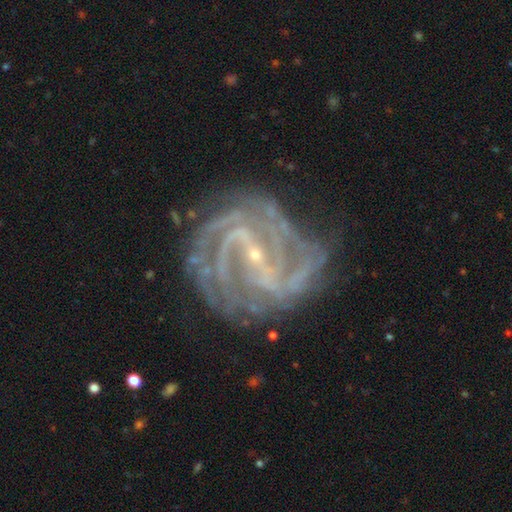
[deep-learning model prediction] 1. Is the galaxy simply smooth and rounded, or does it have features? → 90% featured or disk, 7% star or artifact, 3% smooth.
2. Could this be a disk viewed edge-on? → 97% no, 3% yes.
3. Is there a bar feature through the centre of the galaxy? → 53% strong, 33% weak, 14% no.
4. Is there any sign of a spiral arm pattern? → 97% yes, 3% no.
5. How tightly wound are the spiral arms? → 54% tight, 37% medium, 8% loose.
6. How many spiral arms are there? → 25% 2, 19% can't tell, 19% 3, 18% 4, 11% more than 4, 8% 1.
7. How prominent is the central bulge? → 85% small, 10% moderate, 3% none, 1% large, 1% dominant.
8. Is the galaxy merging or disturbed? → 71% none, 17% minor disturbance, 9% major disturbance, 2% merger.